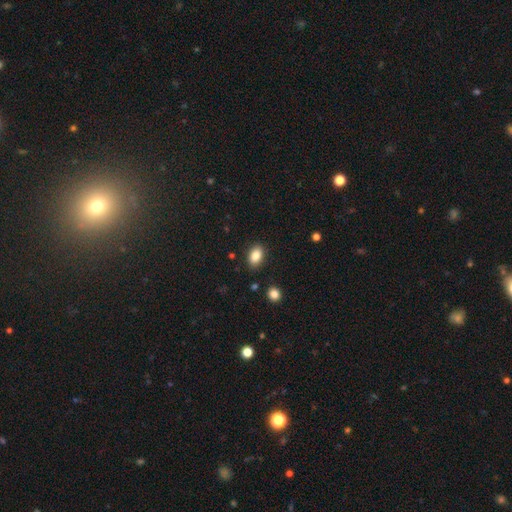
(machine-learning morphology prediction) Smooth or featured? smooth (86%)
How rounded? in between (86%)
Merging? none (87%)